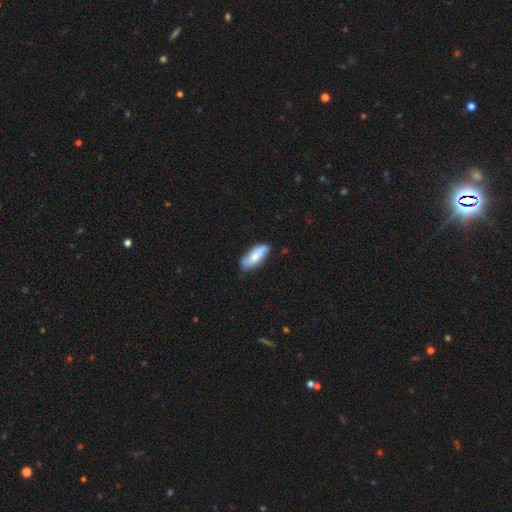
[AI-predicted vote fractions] Morphology: type=smooth (64%); roundness=in between (69%); merging=none (75%).